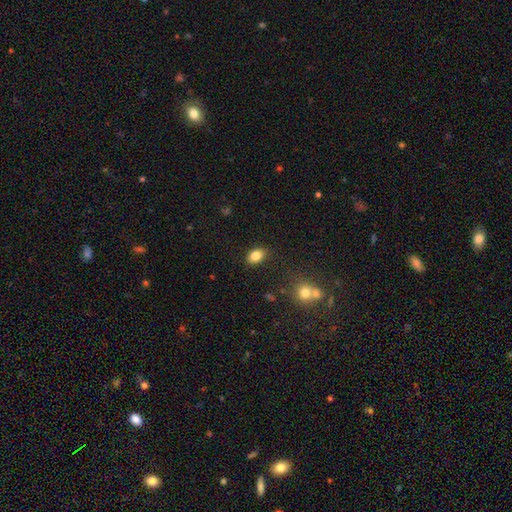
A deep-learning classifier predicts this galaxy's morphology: The model was most divided on "how rounded": in between: 81%, round: 18%, cigar-shaped: 1%. More confident: merging — none (85%); smooth or featured — smooth (84%).